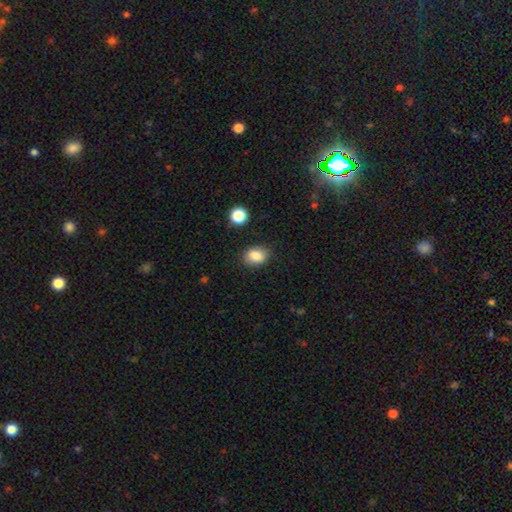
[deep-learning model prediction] Overall: smooth (84%). How rounded: in between (66%; round 33%). Merging: none (83%).